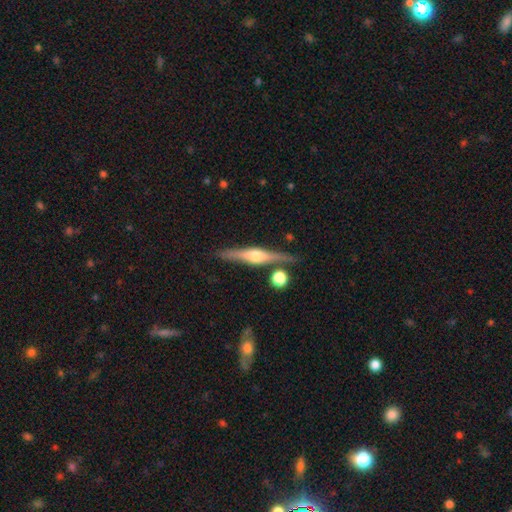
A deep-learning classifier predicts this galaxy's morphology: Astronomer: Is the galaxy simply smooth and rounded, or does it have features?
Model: featured or disk — 76%.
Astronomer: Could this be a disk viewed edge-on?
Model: yes — 97%.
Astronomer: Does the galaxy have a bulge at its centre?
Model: rounded — 90%.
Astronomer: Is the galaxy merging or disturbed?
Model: none — 83%.